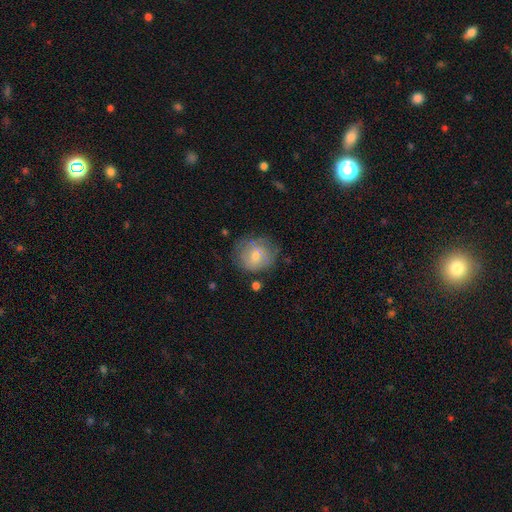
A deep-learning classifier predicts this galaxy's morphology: Smooth or featured?
  - smooth: 62% *
  - featured or disk: 30%
  - star or artifact: 9%
How rounded?
  - round: 78% *
  - in between: 21%
  - cigar-shaped: 1%
Merging?
  - none: 59% *
  - minor disturbance: 24%
  - major disturbance: 13%
  - merger: 4%